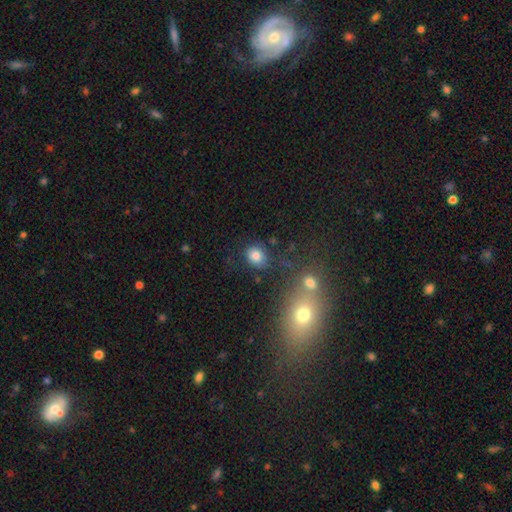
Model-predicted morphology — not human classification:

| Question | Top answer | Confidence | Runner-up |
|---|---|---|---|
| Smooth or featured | smooth | 81% | star or artifact (12%) |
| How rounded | round | 63% | in between (36%) |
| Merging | none | 74% | minor disturbance (14%) |